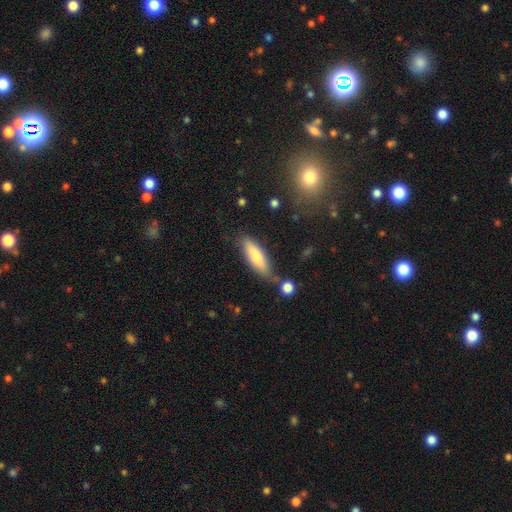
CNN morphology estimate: This is likely a smooth galaxy (74%). How rounded: possibly cigar-shaped (51%). Merging: likely none (62%).